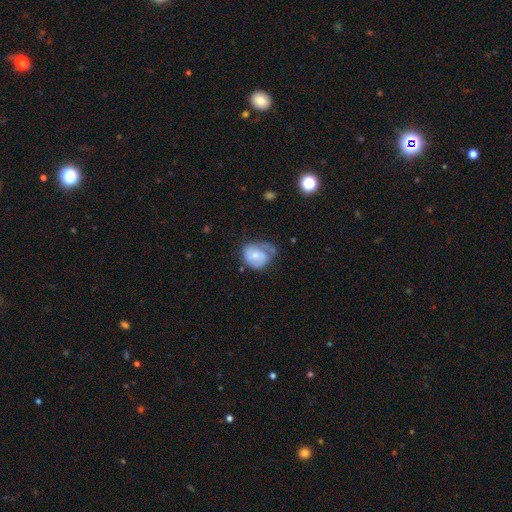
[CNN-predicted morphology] A featured or disk galaxy (52%) with no bar (60%), spiral arms (79%) and a small central bulge (49%). Merging: none (39%).